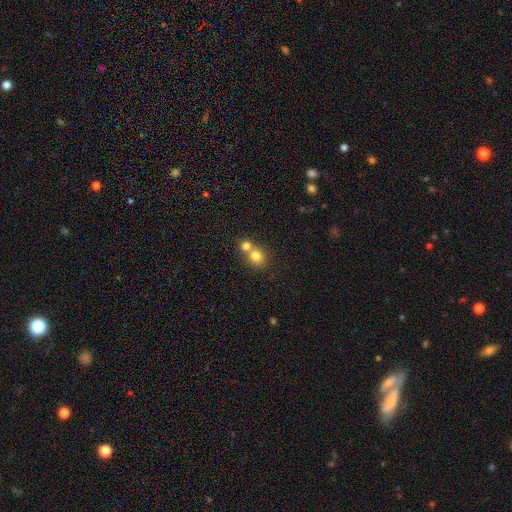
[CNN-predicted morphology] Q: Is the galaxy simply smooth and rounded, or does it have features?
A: smooth — 78%.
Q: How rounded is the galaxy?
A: round — 79%.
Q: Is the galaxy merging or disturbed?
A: merger — 57%.